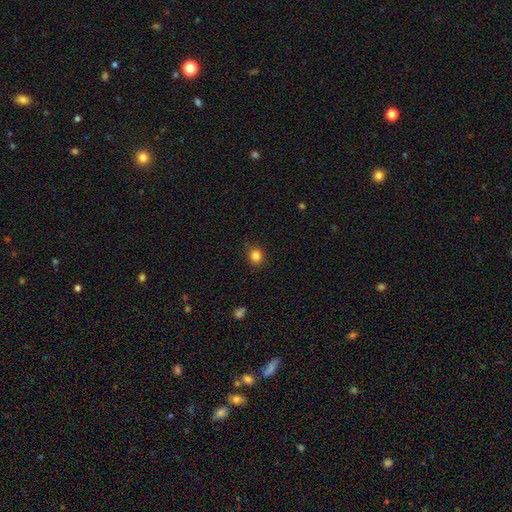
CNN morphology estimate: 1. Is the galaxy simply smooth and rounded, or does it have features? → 84% smooth, 12% star or artifact, 4% featured or disk.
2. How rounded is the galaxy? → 78% round, 21% in between, 1% cigar-shaped.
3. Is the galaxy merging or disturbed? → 86% none, 11% minor disturbance, 3% major disturbance, 1% merger.